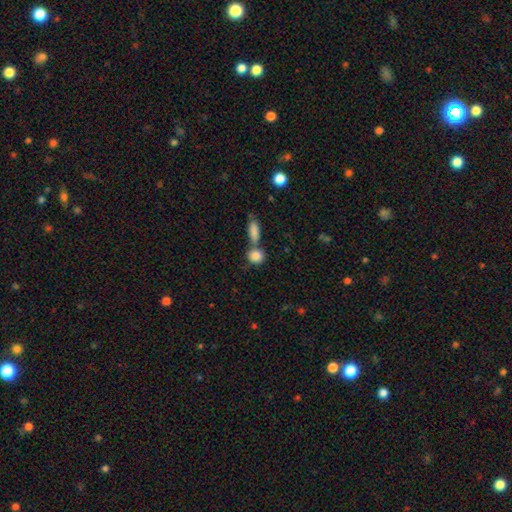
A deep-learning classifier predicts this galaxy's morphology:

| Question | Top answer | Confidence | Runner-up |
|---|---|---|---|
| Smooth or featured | smooth | 86% | star or artifact (8%) |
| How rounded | round | 67% | in between (29%) |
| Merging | none | 50% | merger (37%) |